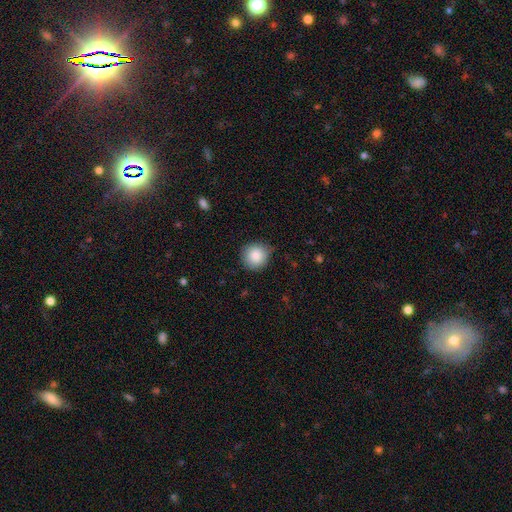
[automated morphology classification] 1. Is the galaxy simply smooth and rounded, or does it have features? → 87% smooth, 8% star or artifact, 5% featured or disk.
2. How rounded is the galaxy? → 93% round, 6% in between, 1% cigar-shaped.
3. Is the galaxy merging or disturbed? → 79% none, 17% minor disturbance, 3% major disturbance, 1% merger.